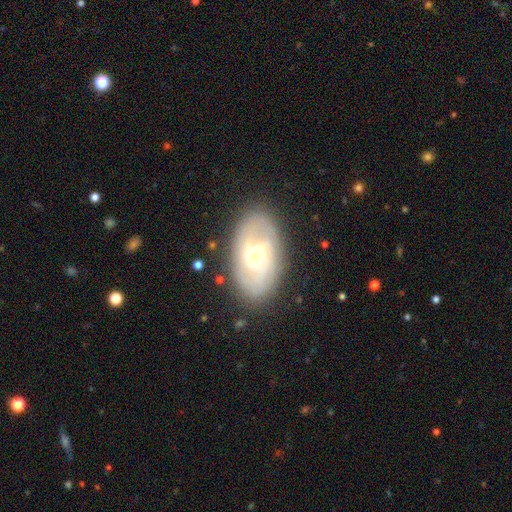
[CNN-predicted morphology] This appears to be a featured or disk galaxy (76%) with no bar (54%), 2 (53%) tight (50%) spiral arms (91%) and a small central bulge (65%). Merging: none (81%).